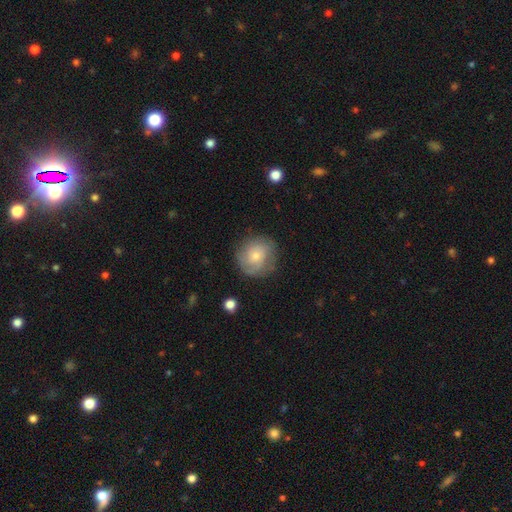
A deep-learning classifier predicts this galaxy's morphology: Q: Smooth or featured?
A: featured or disk (49%); runner-up: smooth (44%)
Q: Merging?
A: none (77%); runner-up: minor disturbance (16%)